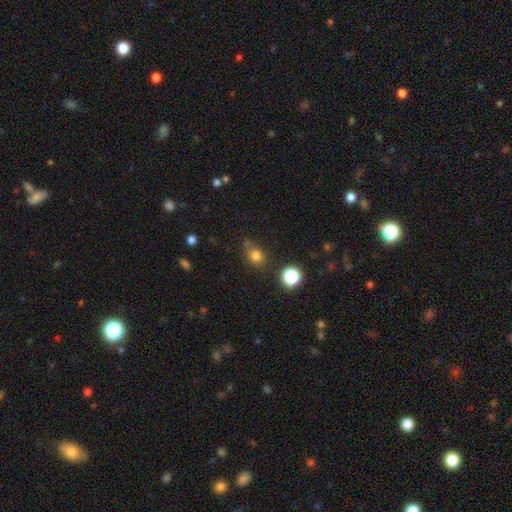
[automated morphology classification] Overall: smooth (77%). How rounded: round (69%; in between 30%). Merging: none (70%).